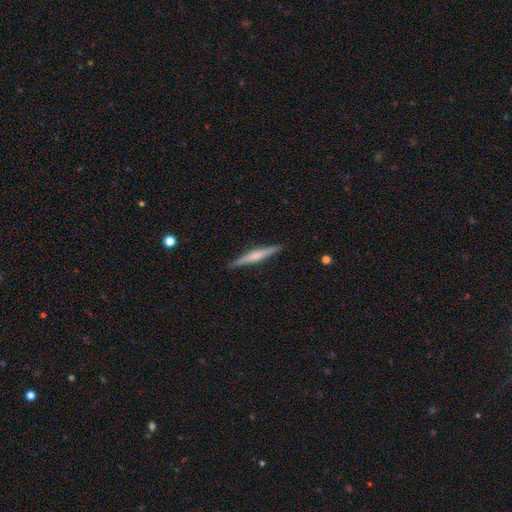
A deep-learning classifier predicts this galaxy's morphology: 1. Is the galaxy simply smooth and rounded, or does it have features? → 59% featured or disk, 36% smooth, 5% star or artifact.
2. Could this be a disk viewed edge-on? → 98% yes, 2% no.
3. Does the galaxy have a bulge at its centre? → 60% rounded, 25% none, 15% boxy.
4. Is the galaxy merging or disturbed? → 91% none, 7% minor disturbance, 1% major disturbance, 1% merger.